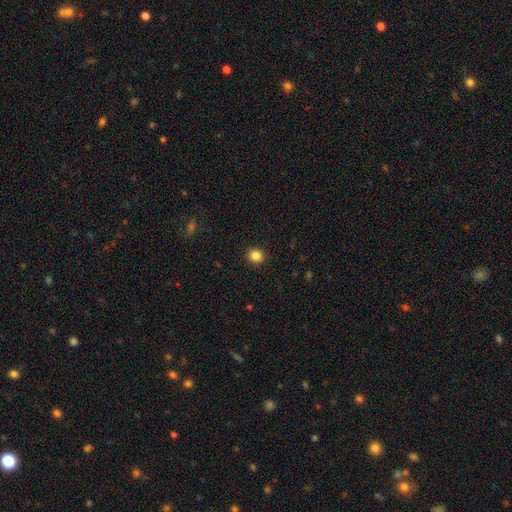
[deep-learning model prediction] A smooth galaxy with no disk features (85%) that is round (82%).

Vote fractions:
- Smooth or featured? smooth: 85% / star or artifact: 11% / featured or disk: 4%
- How rounded? round: 82% / in between: 18% / cigar-shaped: 1%
- Merging? none: 92% / minor disturbance: 5% / major disturbance: 2% / merger: 1%